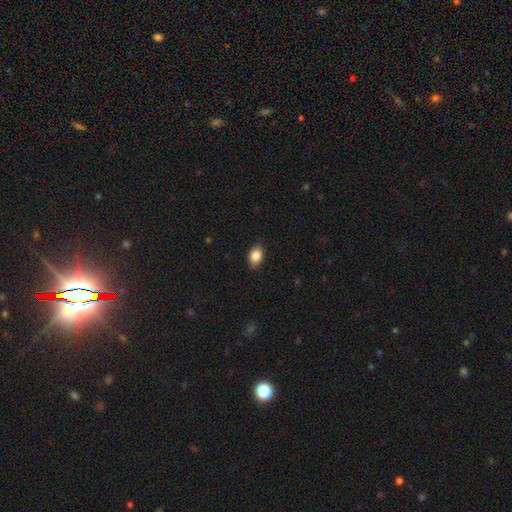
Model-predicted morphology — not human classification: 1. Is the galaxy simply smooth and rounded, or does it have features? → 87% smooth, 8% star or artifact, 5% featured or disk.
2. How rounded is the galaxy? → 83% in between, 16% round, 1% cigar-shaped.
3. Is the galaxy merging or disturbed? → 84% none, 12% minor disturbance, 2% major disturbance, 1% merger.